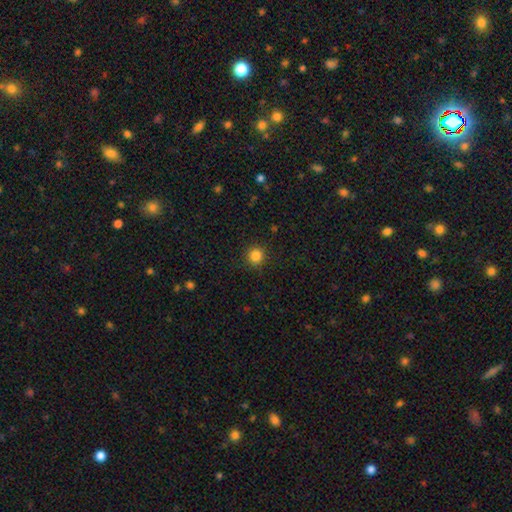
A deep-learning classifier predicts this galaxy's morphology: Smooth or featured: smooth — 85% (star or artifact — 11%)
How rounded: round — 94% (in between — 5%)
Merging: none — 91% (minor disturbance — 6%)